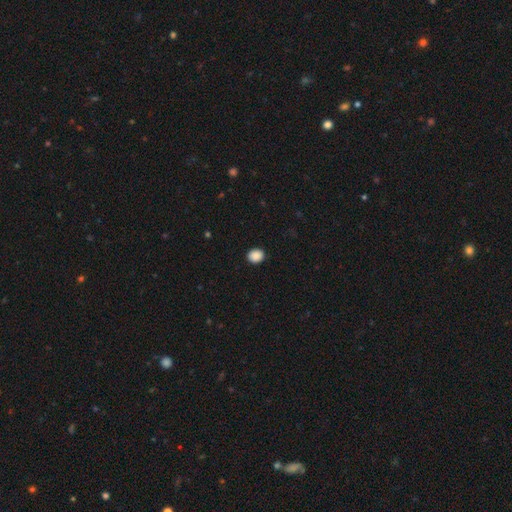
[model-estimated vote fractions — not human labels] This appears to be a smooth galaxy with no disk features (89%) that is round (63%). Merging: none (91%).